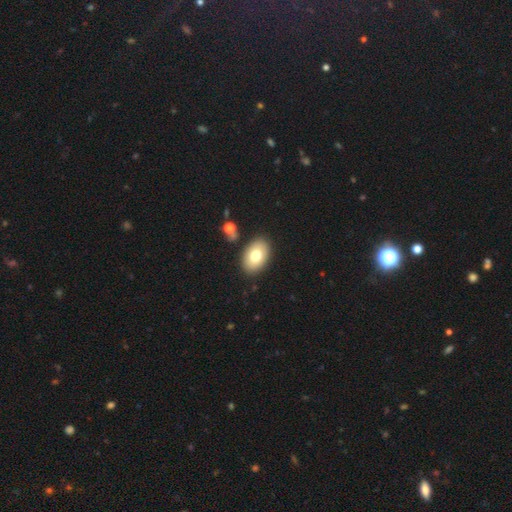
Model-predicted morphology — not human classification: This is likely a smooth galaxy (75%). How rounded: clearly in between (88%). Merging: clearly none (86%).